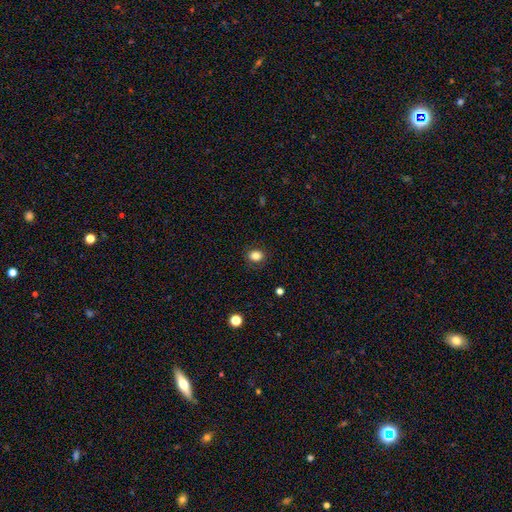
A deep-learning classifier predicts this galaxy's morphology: smooth-or-featured: smooth: 83% | star or artifact: 11% | featured or disk: 6%
  how-rounded: round: 60% | in between: 39% | cigar-shaped: 1%
  merging: none: 86% | minor disturbance: 10% | major disturbance: 3% | merger: 1%